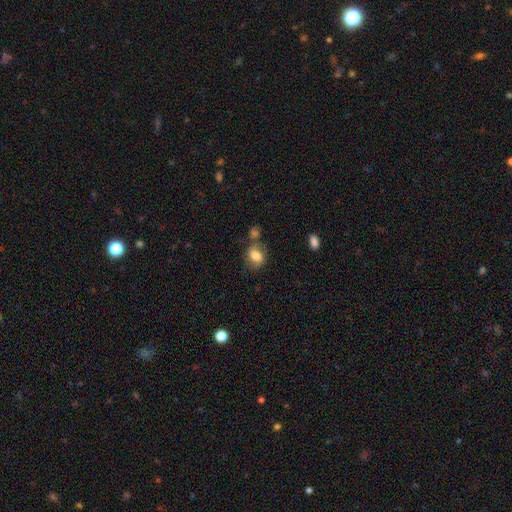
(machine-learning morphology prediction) smooth 80%, featured or disk 11%, star or artifact 9%. Down the decision tree: how rounded — in between (65%); merging — none (61%).